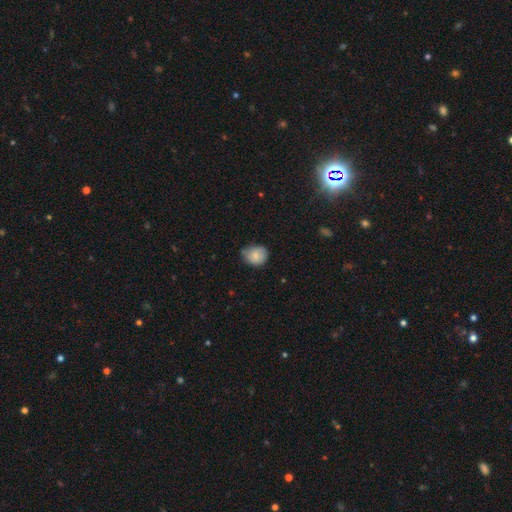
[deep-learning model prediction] A smooth galaxy with no disk features (79%) that is round (70%). Merging: none (55%).